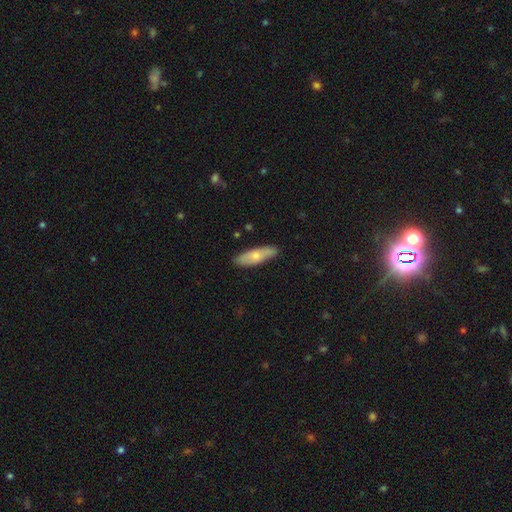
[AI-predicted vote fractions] Smooth or featured?
  - smooth: 64% *
  - featured or disk: 30%
  - star or artifact: 6%
How rounded?
  - in between: 49% * (tied)
  - cigar-shaped: 49% * (tied)
  - round: 2%
Merging?
  - none: 81% *
  - minor disturbance: 15%
  - major disturbance: 2%
  - merger: 2%